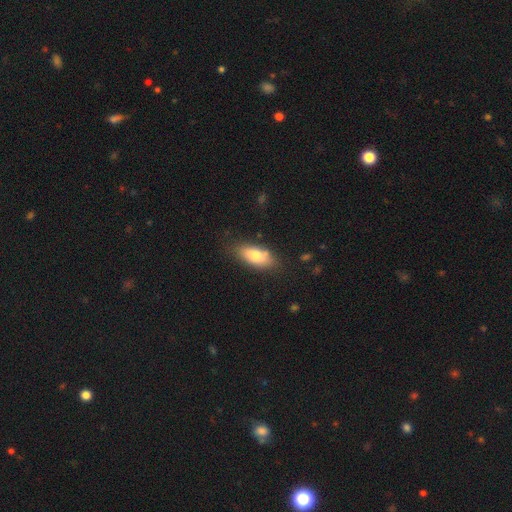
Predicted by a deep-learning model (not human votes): smooth-or-featured: smooth: 77% | featured or disk: 16% | star or artifact: 7%
  how-rounded: in between: 84% | cigar-shaped: 13% | round: 3%
  merging: none: 77% | minor disturbance: 16% | major disturbance: 4% | merger: 3%